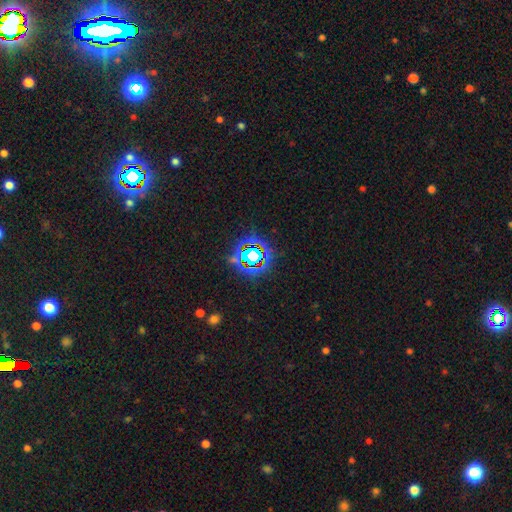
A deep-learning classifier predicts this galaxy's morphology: star or artifact 74%, smooth 14%, featured or disk 11%.